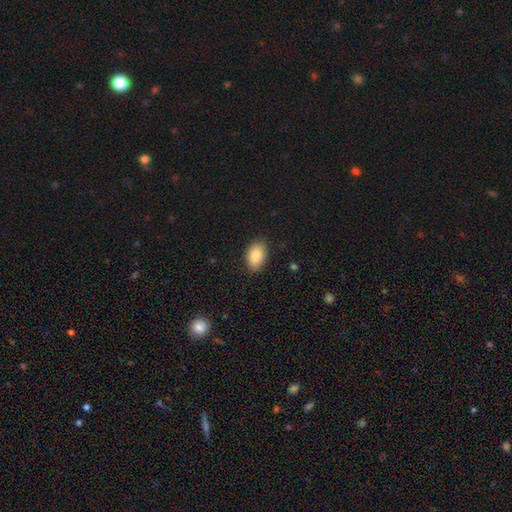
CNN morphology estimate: Smooth or featured?
  - smooth: 86% *
  - star or artifact: 7%
  - featured or disk: 7%
How rounded?
  - in between: 88% *
  - round: 11%
  - cigar-shaped: 1%
Merging?
  - none: 85% *
  - minor disturbance: 12%
  - major disturbance: 2%
  - merger: 1%